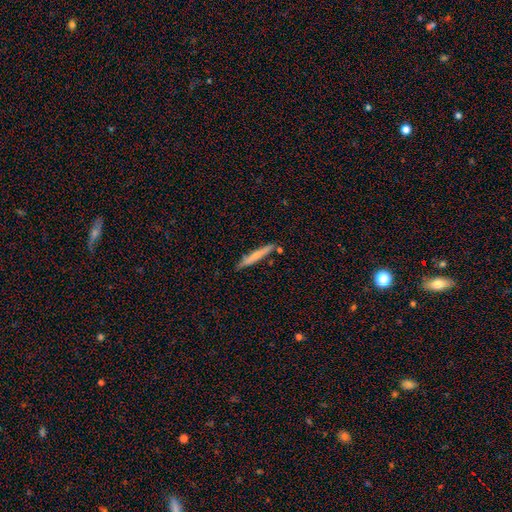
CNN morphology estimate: The model was most divided on "smooth or featured": smooth: 61%, featured or disk: 33%, star or artifact: 6%. More confident: how rounded — cigar-shaped (95%); merging — none (79%).